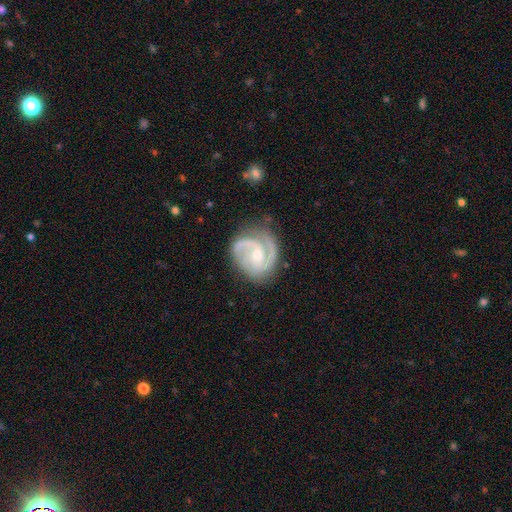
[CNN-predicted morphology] Q: Smooth or featured?
A: featured or disk (91%); runner-up: smooth (5%)
Q: Edge-on disk?
A: no (98%); runner-up: yes (2%)
Q: Bar?
A: no (54%); runner-up: weak (37%)
Q: Spiral arms?
A: yes (98%); runner-up: no (2%)
Q: Spiral winding?
A: medium (50%); runner-up: tight (42%)
Q: Spiral arm count?
A: 2 (78%); runner-up: 3 (11%)
Q: Bulge size?
A: small (51%); runner-up: moderate (45%)
Q: Merging?
A: none (72%); runner-up: minor disturbance (19%)